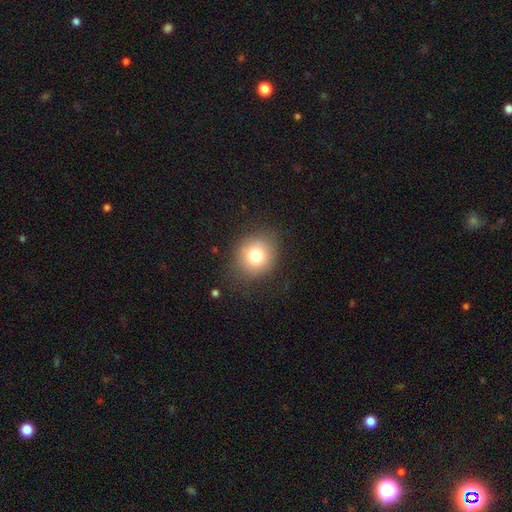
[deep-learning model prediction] Smooth or featured?
  - smooth: 76% *
  - featured or disk: 12%
  - star or artifact: 12%
How rounded?
  - round: 82% *
  - in between: 17%
  - cigar-shaped: 1%
Merging?
  - none: 81% *
  - minor disturbance: 13%
  - major disturbance: 5%
  - merger: 1%